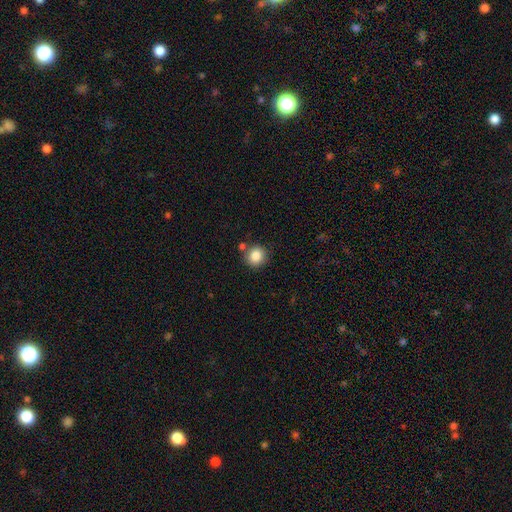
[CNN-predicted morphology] This appears to be a smooth galaxy with no disk features (85%) that is round (89%). Merging: none (77%).